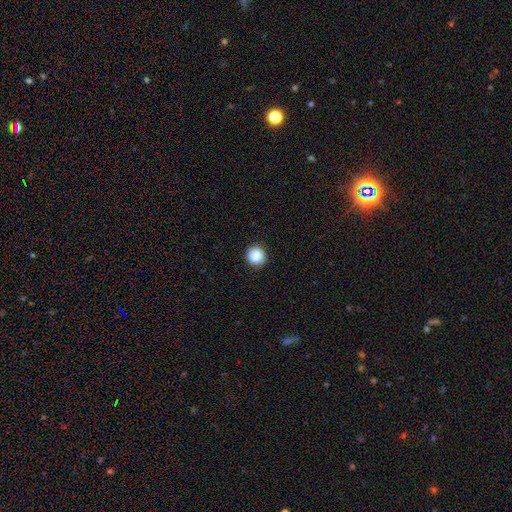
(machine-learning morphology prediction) A smooth galaxy with no disk features (87%) that is round (93%).

Vote fractions:
- Smooth or featured? smooth: 87% / star or artifact: 10% / featured or disk: 4%
- How rounded? round: 93% / in between: 6% / cigar-shaped: 1%
- Merging? none: 91% / minor disturbance: 6% / major disturbance: 2% / merger: 1%